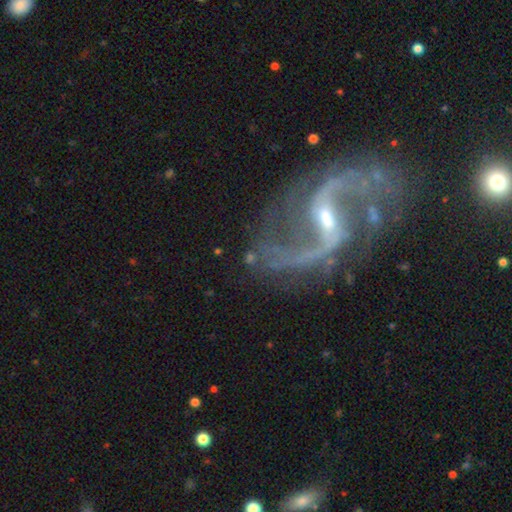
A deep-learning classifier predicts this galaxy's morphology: This appears to be a featured or disk galaxy (88%) with a weak bar (47%), 2 (85%) loose (68%) spiral arms (94%) and a small central bulge (54%). Merging: none (59%).